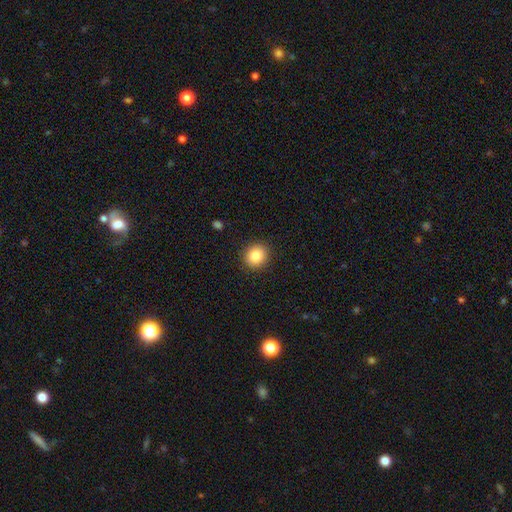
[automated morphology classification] Q: Smooth or featured?
A: smooth (84%); runner-up: star or artifact (10%)
Q: How rounded?
A: round (88%); runner-up: in between (11%)
Q: Merging?
A: none (91%); runner-up: minor disturbance (6%)